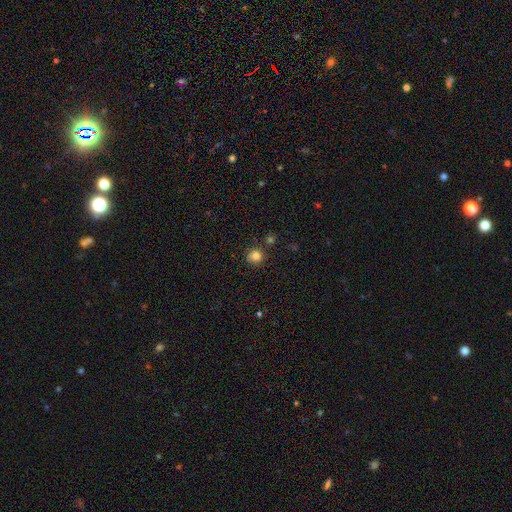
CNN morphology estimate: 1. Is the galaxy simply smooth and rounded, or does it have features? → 82% smooth, 13% star or artifact, 6% featured or disk.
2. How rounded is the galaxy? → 92% round, 7% in between, 1% cigar-shaped.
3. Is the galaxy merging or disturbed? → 83% none, 9% minor disturbance, 5% merger, 2% major disturbance.